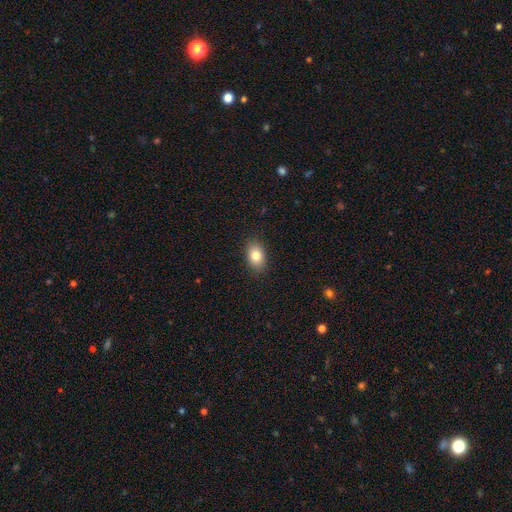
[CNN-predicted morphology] smooth_or_featured: smooth (p=0.83) [alt: star or artifact p=0.09]
how_rounded: in between (p=0.83) [alt: round p=0.16]
merging: none (p=0.88) [alt: minor disturbance p=0.09]